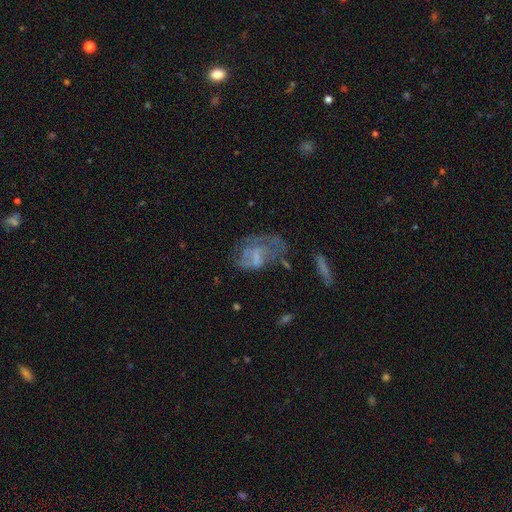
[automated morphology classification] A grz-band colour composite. It shows a featured or disk galaxy (54%) with no bar (58%), no spiral arms (57%) and no central bulge (49%). Merging: major disturbance (38%).